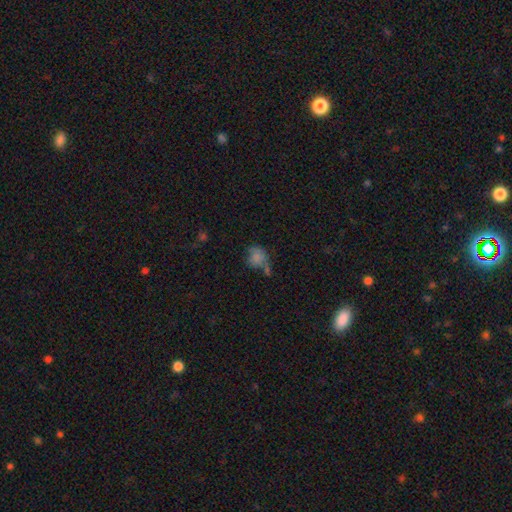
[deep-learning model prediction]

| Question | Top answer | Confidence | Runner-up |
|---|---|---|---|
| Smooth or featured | smooth | 72% | star or artifact (16%) |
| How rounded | round | 63% | in between (35%) |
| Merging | none | 44% | merger (24%) |